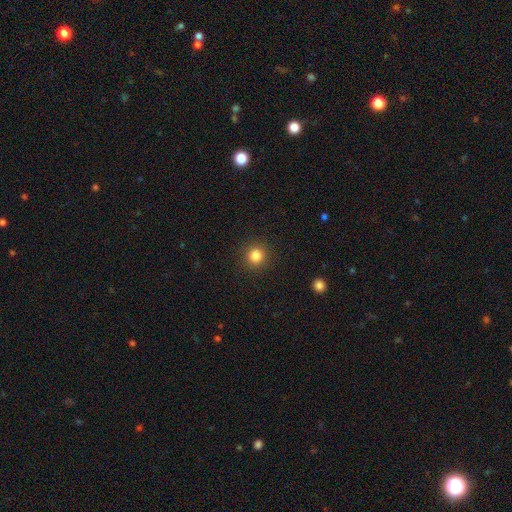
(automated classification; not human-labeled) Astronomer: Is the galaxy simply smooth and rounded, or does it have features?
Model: smooth — 83%.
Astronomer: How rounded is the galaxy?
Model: round — 93%.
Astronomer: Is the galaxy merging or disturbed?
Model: none — 91%.